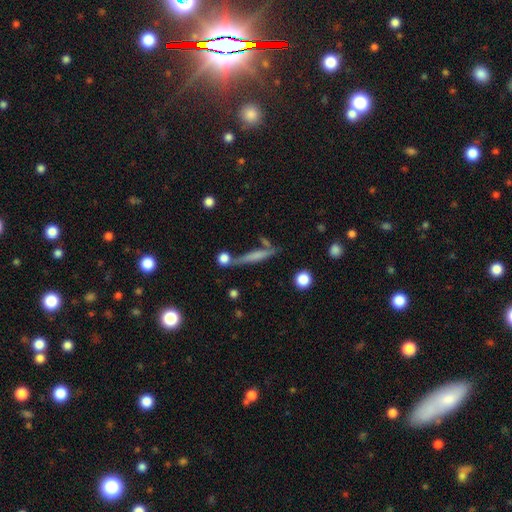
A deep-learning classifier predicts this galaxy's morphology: This is possibly a smooth galaxy (48%). Merging: likely none (67%).